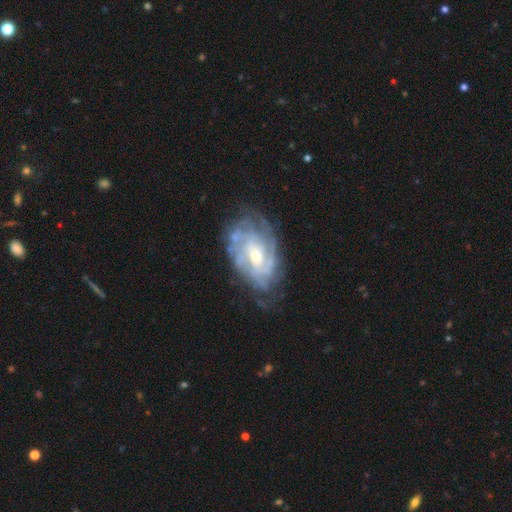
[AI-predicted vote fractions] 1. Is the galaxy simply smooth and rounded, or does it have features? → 84% featured or disk, 10% smooth, 6% star or artifact.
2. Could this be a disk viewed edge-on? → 96% no, 4% yes.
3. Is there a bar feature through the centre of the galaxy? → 49% no, 40% weak, 10% strong.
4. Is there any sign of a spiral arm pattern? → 90% yes, 10% no.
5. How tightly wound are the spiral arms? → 64% tight, 28% medium, 8% loose.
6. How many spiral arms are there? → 48% can't tell, 14% 2, 14% 3, 14% 4, 6% more than 4, 5% 1.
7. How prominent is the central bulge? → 53% moderate, 42% small, 3% large, 2% none, 1% dominant.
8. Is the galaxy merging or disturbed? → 66% none, 22% minor disturbance, 10% major disturbance, 2% merger.